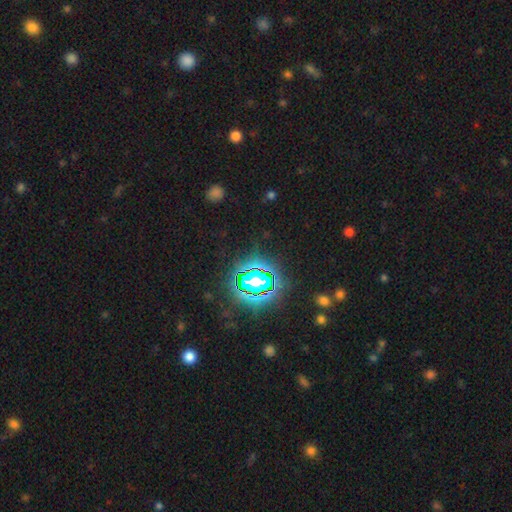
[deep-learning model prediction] Q: Smooth or featured?
A: star or artifact (82%); runner-up: smooth (12%)